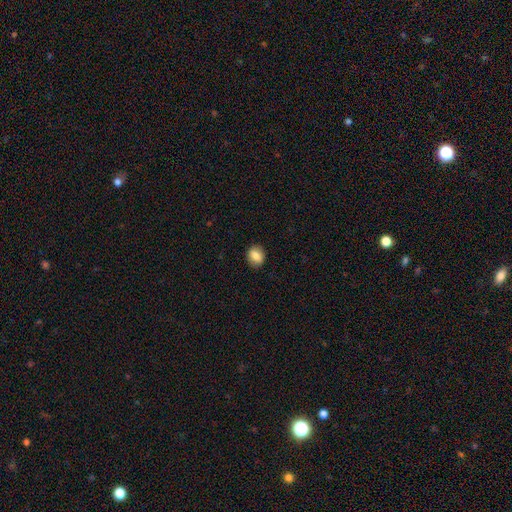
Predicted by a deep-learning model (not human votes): smooth 80%, featured or disk 12%, star or artifact 8%. Down the decision tree: how rounded — round (53%); merging — none (89%).